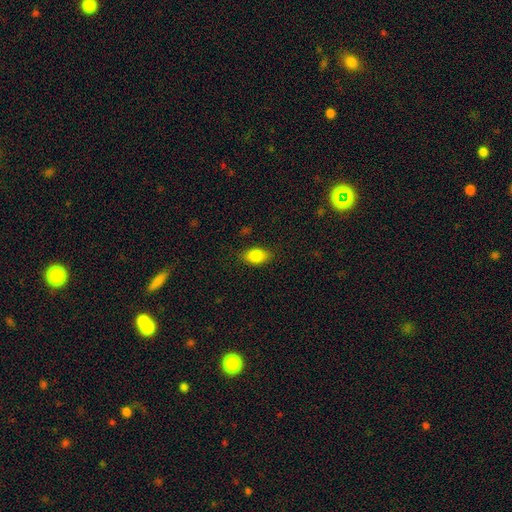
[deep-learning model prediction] The model was most divided on "merging": none: 82%, minor disturbance: 14%, major disturbance: 3%, merger: 1%. More confident: how rounded — in between (86%); smooth or featured — smooth (85%).